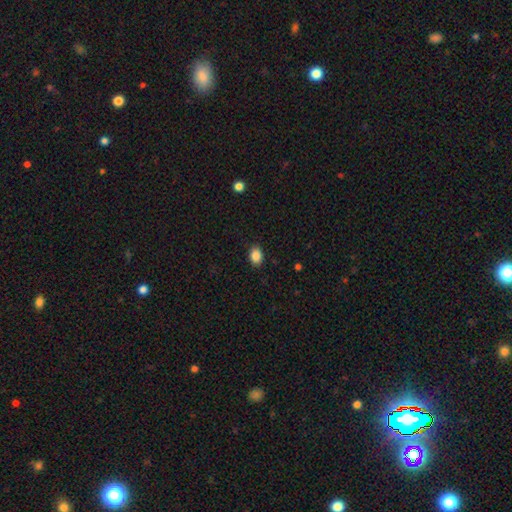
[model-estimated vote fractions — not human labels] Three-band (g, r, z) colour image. It shows a smooth galaxy with no disk features (87%) that is in between round and cigar-shaped (70%). Merging: none (88%).